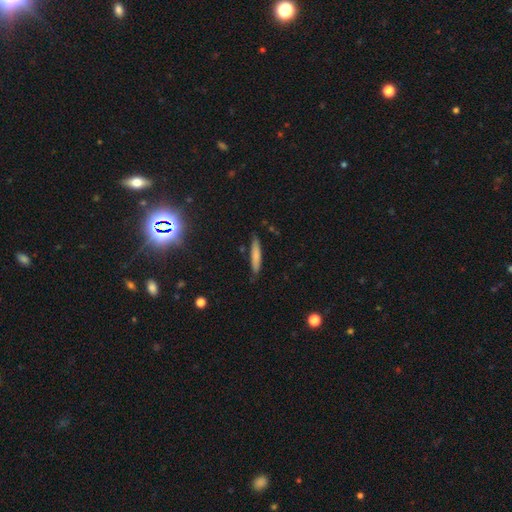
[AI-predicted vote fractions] The model was most divided on "smooth or featured": smooth: 75%, featured or disk: 18%, star or artifact: 7%. More confident: how rounded — cigar-shaped (89%); merging — none (81%).